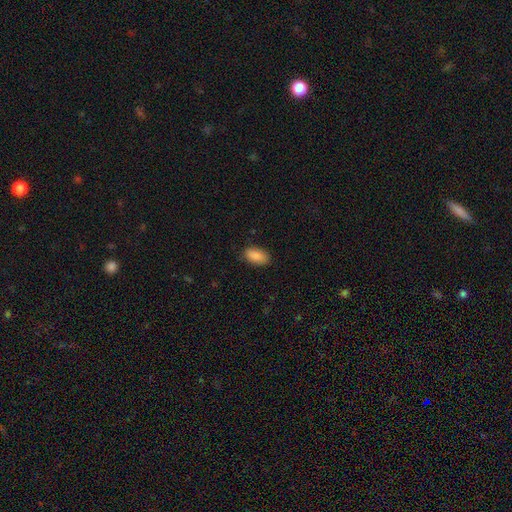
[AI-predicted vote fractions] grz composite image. It shows a smooth galaxy with no disk features (89%) that is in between round and cigar-shaped (92%). Merging: none (85%).